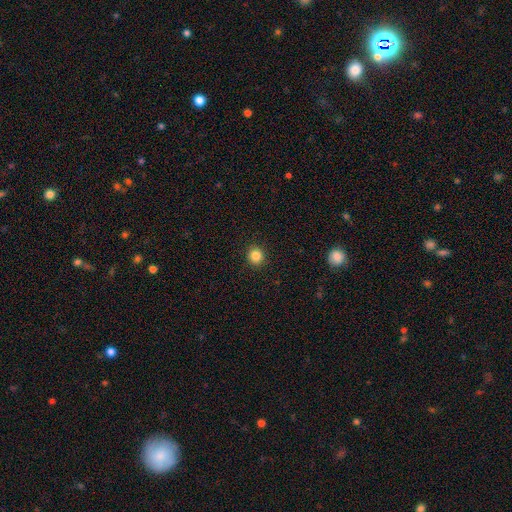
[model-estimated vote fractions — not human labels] This appears to be a smooth galaxy with no disk features (85%) that is round (88%). Merging: none (92%).